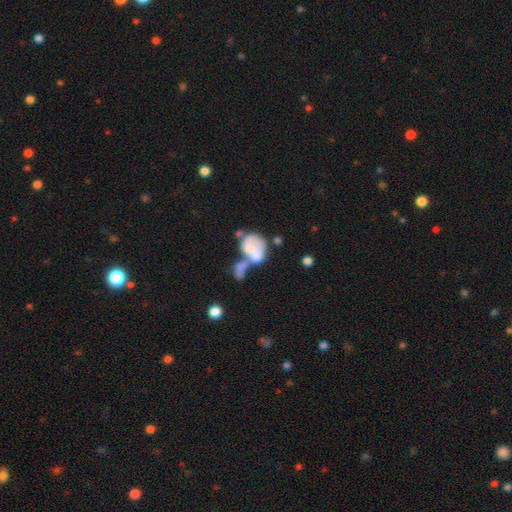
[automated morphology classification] Overall: smooth (47%; featured or disk 44%). Merging: merger (64%).